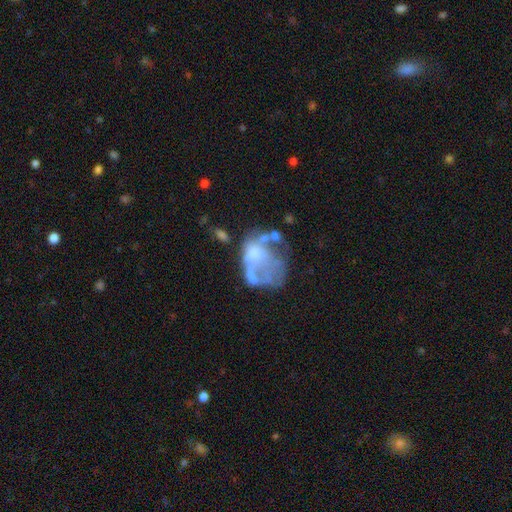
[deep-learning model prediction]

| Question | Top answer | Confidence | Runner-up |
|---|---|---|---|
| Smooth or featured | featured or disk | 58% | smooth (29%) |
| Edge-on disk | no | 98% | yes (2%) |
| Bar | no | 89% | weak (9%) |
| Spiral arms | no | 90% | yes (10%) |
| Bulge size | none | 61% | moderate (19%) |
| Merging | major disturbance | 39% | none (25%) |